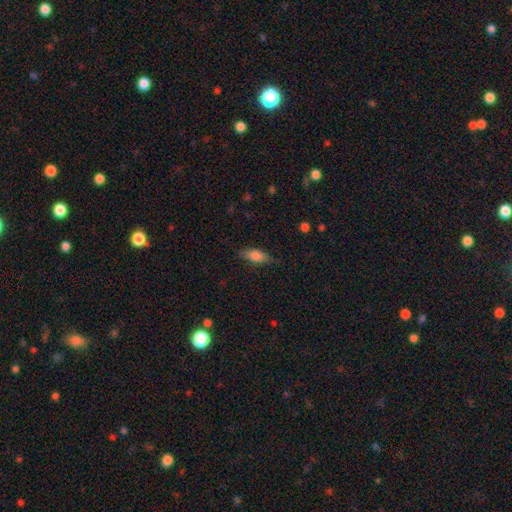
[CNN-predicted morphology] A smooth galaxy with no disk features (77%) that is in between round and cigar-shaped (79%). Merging: none (79%).